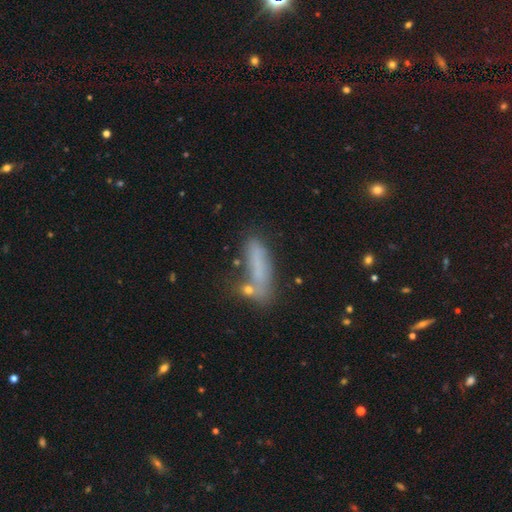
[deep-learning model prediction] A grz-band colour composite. It shows a smooth galaxy with no disk features (67%) that is cigar-shaped (53%). Merging: none (45%).